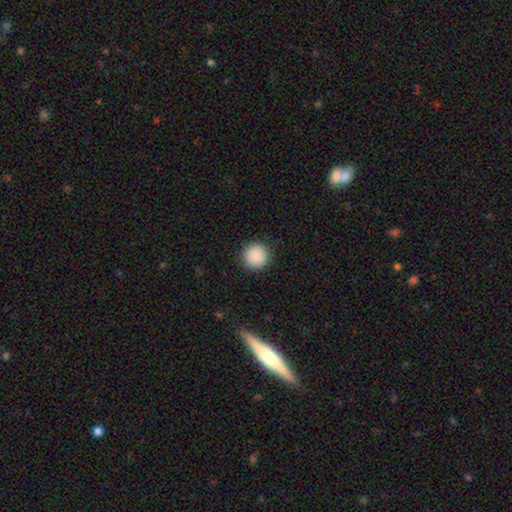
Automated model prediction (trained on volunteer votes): Smooth or featured: smooth — 89% (star or artifact — 8%)
How rounded: round — 95% (in between — 4%)
Merging: none — 91% (minor disturbance — 6%)